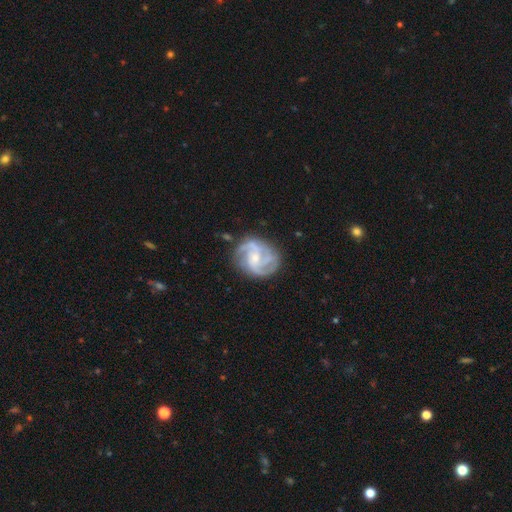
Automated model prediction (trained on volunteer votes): A featured or disk galaxy (88%) with no bar (53%), 3 (46%) medium (48%) spiral arms (97%) and a small central bulge (63%). Merging: none (75%).